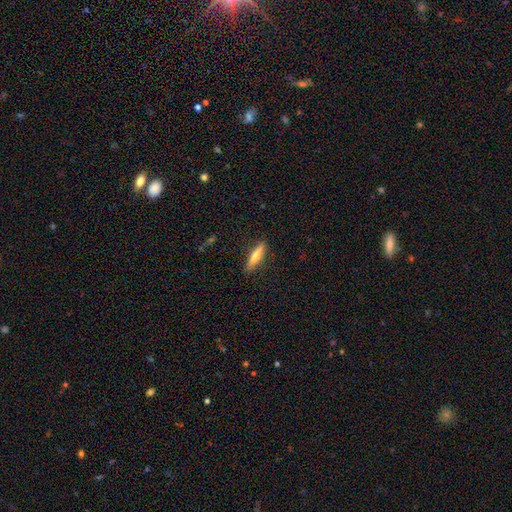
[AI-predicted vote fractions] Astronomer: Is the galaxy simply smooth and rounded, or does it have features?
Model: smooth — 57% (runner-up: featured or disk, 37%).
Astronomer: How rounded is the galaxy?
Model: cigar-shaped — 77%.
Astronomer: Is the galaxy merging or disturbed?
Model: none — 87%.